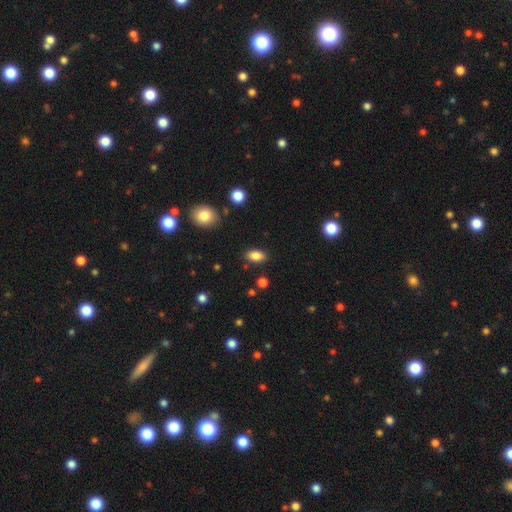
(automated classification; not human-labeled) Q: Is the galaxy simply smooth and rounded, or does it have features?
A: smooth — 85%.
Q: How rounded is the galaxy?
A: in between — 90%.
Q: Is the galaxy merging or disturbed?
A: none — 86%.